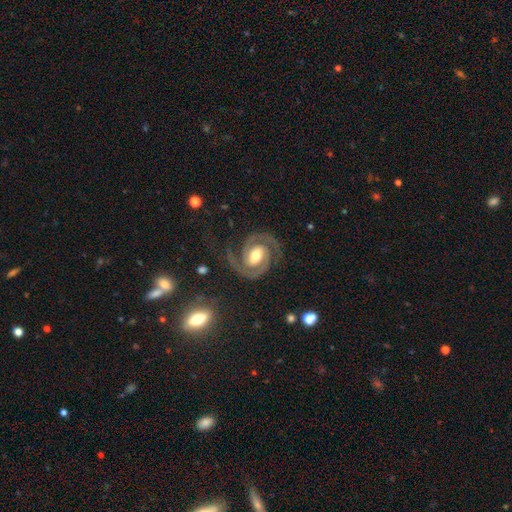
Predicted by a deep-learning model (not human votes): Smooth or featured? Predicted: featured or disk (p=0.92). Edge-on disk? Predicted: no (p=0.98). Bar? Predicted: weak (p=0.42). Spiral arms? Predicted: yes (p=0.98). Spiral winding? Predicted: tight (p=0.47). Spiral arm count? Predicted: 2 (p=0.94). Bulge size? Predicted: moderate (p=0.71). Merging? Predicted: none (p=0.79).